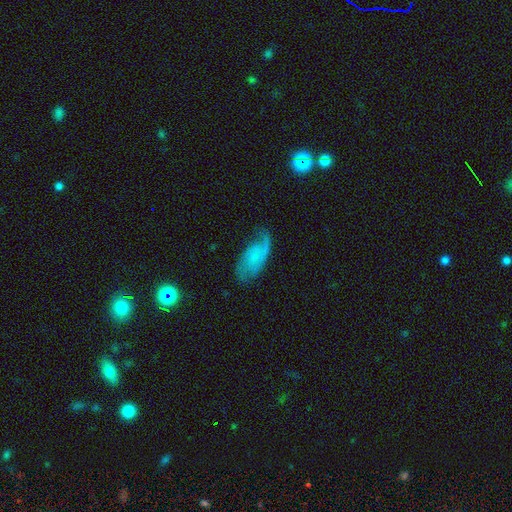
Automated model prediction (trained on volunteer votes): This is likely a featured or disk galaxy (64%). It is clearly not viewed edge-on (95%). Bar: likely no (69%). Spiral arm pattern: clearly yes (89%). Spiral arm count: likely 2 (65%). Spiral winding: marginally loose (42%). Central bulge: possibly small (51%). Merging: possibly none (57%).